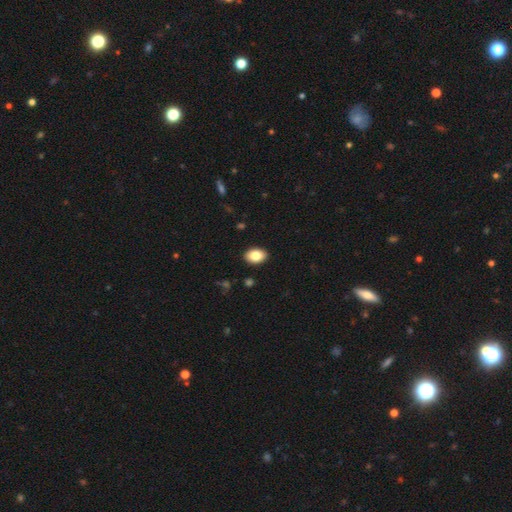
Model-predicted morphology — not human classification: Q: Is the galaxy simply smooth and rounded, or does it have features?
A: smooth — 83%.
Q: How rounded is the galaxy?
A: in between — 83%.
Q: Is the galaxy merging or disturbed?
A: none — 90%.